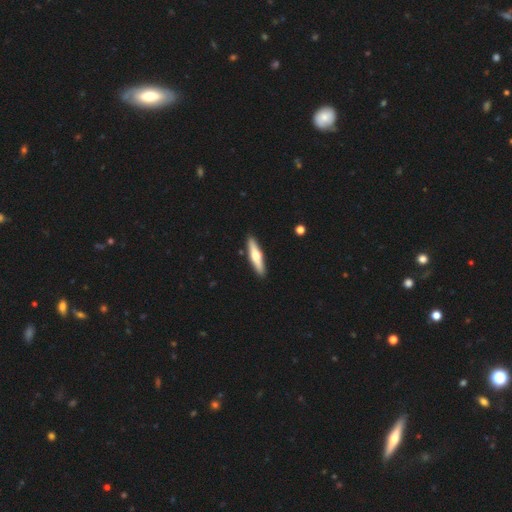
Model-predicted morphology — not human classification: Smooth or featured? Predicted: featured or disk (p=0.53). Edge-on disk? Predicted: yes (p=0.94). Edge-on bulge? Predicted: rounded (p=0.92). Merging? Predicted: none (p=0.91).